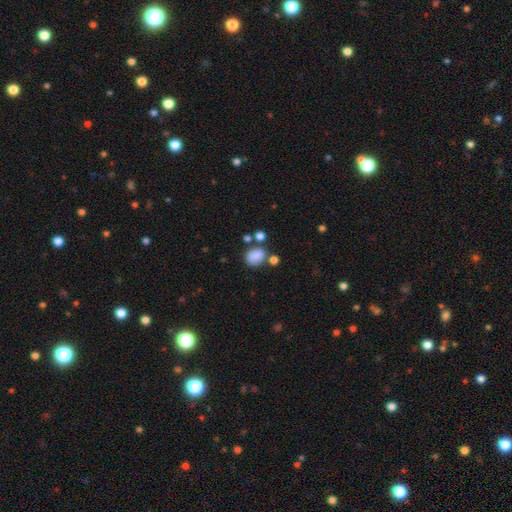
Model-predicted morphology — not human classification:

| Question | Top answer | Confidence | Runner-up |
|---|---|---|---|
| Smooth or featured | smooth | 82% | star or artifact (11%) |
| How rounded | in between | 53% | round (46%) |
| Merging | none | 59% | merger (17%) |